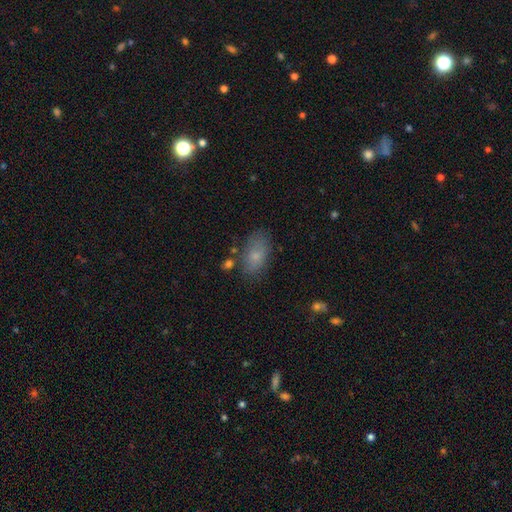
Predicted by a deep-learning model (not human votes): This is likely a smooth galaxy (77%). How rounded: clearly in between (90%). Merging: likely none (75%).